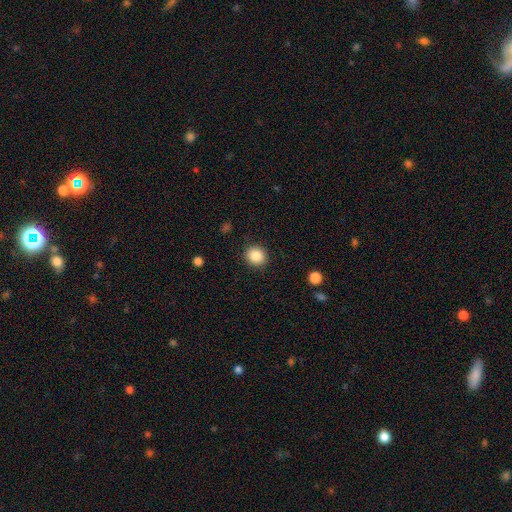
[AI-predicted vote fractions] Smooth or featured: smooth — 86% (star or artifact — 9%)
How rounded: round — 86% (in between — 13%)
Merging: none — 91% (minor disturbance — 6%)